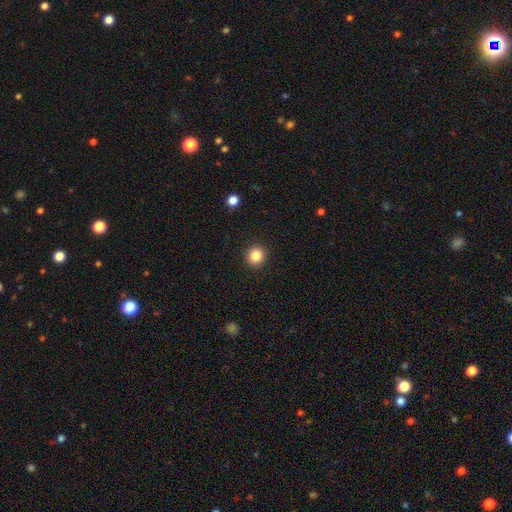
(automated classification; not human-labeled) A smooth galaxy with no disk features (85%) that is round (92%). Merging: none (92%).